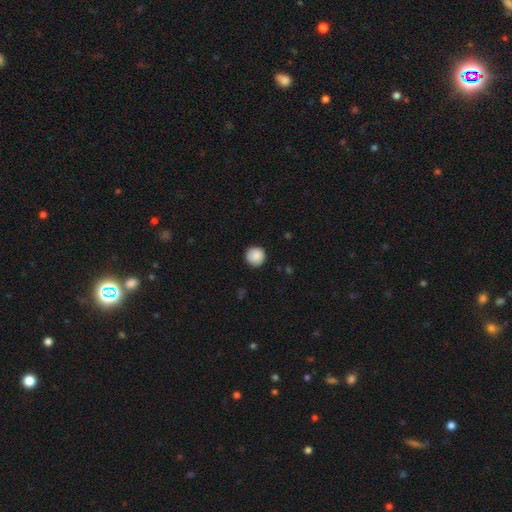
This appears to be a smooth galaxy with no disk features (84%) that is round (97%). Merging: none (97%).